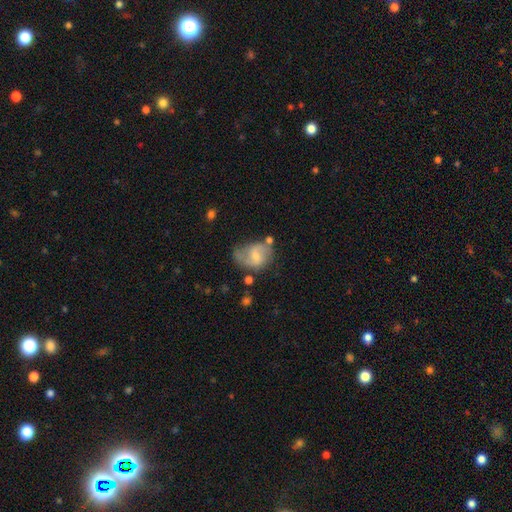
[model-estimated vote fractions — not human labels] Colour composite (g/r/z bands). It shows a featured or disk galaxy (60%) with a weak bar (52%), 2 (77%) medium (45%) spiral arms (86%) and a small central bulge (48%). Merging: none (47%).